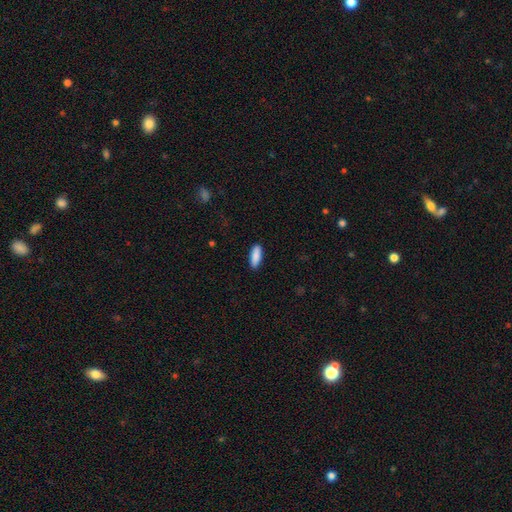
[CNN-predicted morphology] A smooth galaxy with no disk features (89%) that is in between round and cigar-shaped (61%). Merging: none (89%).